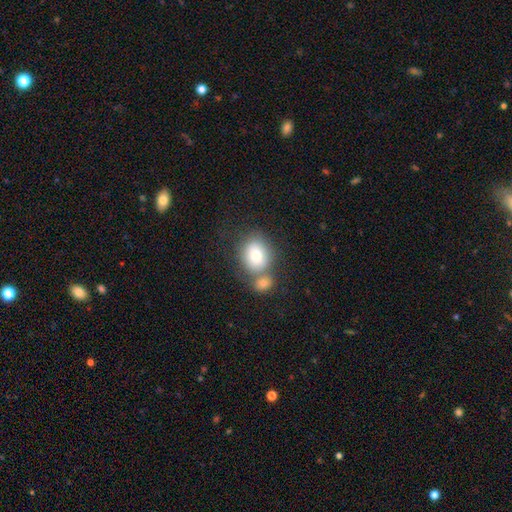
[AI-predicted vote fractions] This appears to be a smooth galaxy with no disk features (79%) that is round (52%). Merging: none (45%).